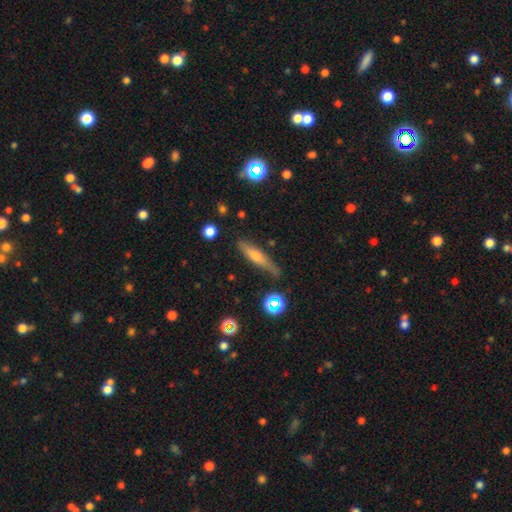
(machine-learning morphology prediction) smooth_or_featured: featured or disk (p=0.51) [alt: smooth p=0.40]
disk_edge_on: yes (p=0.90) [alt: no p=0.10]
merging: none (p=0.81) [alt: minor disturbance p=0.14]